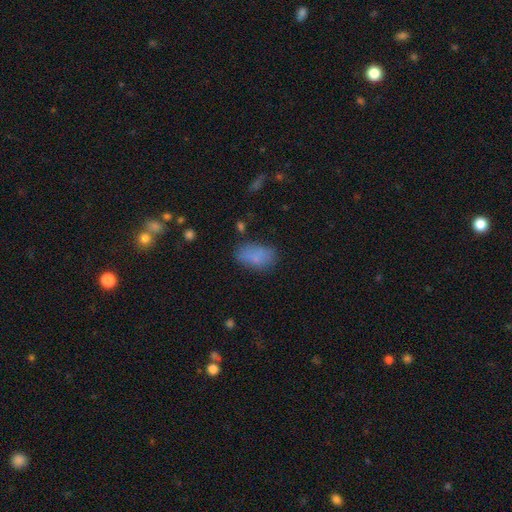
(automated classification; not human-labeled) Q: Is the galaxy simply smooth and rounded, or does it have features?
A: smooth — 80%.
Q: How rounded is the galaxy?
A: in between — 91%.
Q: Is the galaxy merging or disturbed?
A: none — 71%.